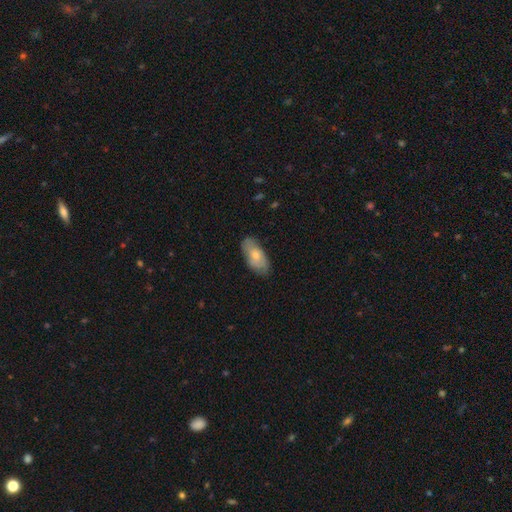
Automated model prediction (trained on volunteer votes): The model was most divided on "smooth or featured": smooth: 66%, featured or disk: 28%, star or artifact: 6%. More confident: how rounded — in between (91%); merging — none (73%).